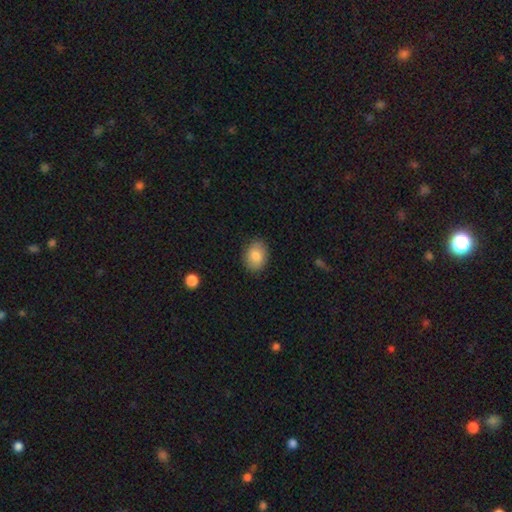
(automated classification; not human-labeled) Smooth or featured? Predicted: smooth (p=0.86). How rounded? Predicted: in between (p=0.61). Merging? Predicted: none (p=0.86).